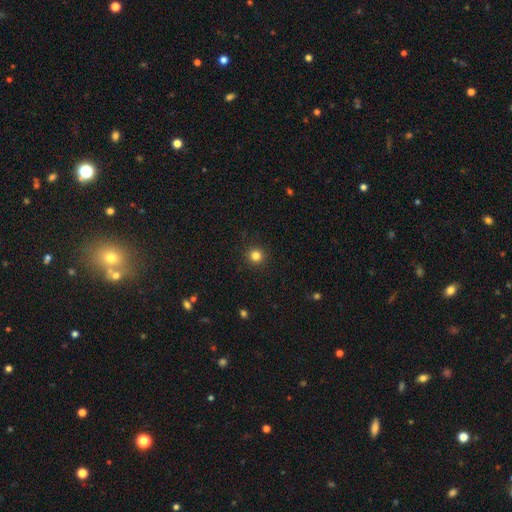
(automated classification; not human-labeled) A smooth galaxy with no disk features (82%) that is round (95%).

Vote fractions:
- Smooth or featured? smooth: 82% / star or artifact: 13% / featured or disk: 5%
- How rounded? round: 95% / in between: 4% / cigar-shaped: 1%
- Merging? none: 92% / minor disturbance: 5% / major disturbance: 2% / merger: 1%